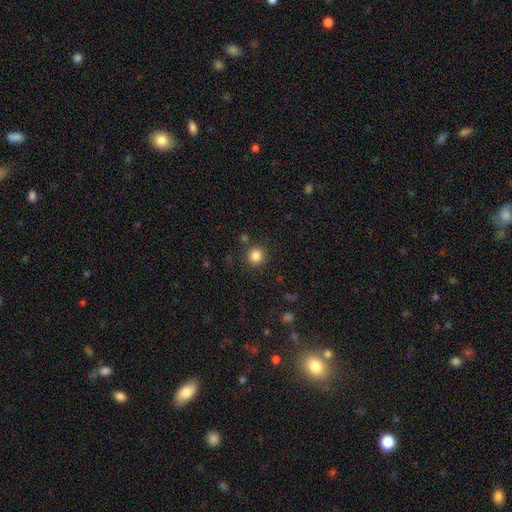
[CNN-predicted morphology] This is clearly a smooth galaxy (84%). How rounded: clearly round (92%). Merging: clearly none (87%).